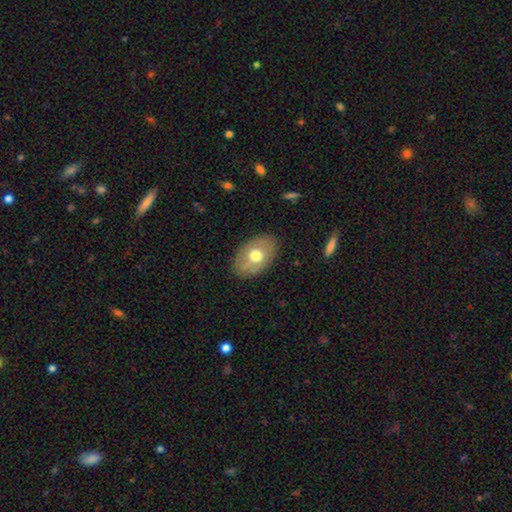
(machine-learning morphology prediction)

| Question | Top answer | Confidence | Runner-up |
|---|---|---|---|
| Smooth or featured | smooth | 58% | featured or disk (35%) |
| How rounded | in between | 83% | round (16%) |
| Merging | none | 82% | minor disturbance (13%) |